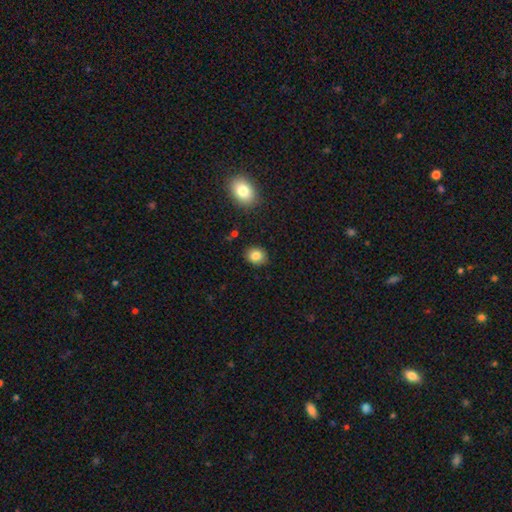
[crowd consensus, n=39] Morphology: type=smooth (90%); roundness=round (51%); merging=none (83%).